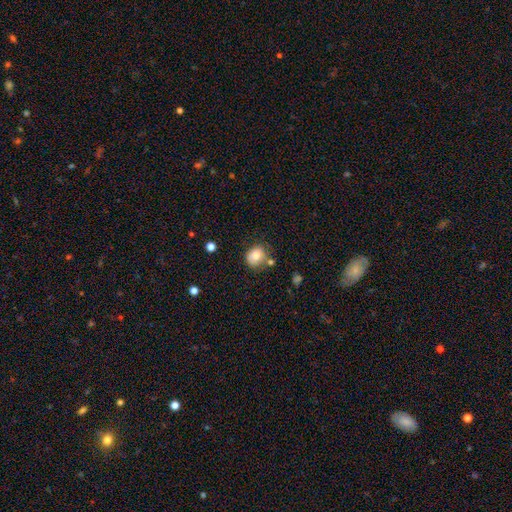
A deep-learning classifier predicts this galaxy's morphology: smooth_or_featured: smooth (p=0.77) [alt: featured or disk p=0.13]
how_rounded: round (p=0.67) [alt: in between p=0.32]
merging: none (p=0.55) [alt: minor disturbance p=0.23]